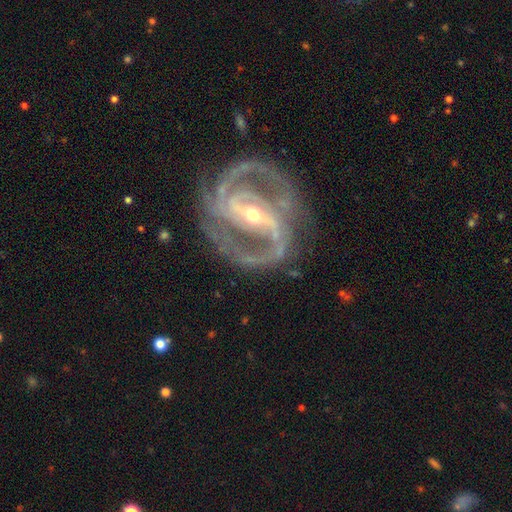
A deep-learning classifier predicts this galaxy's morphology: A featured or disk galaxy (92%) with a strong bar (73%), 2 (82%) medium (53%) spiral arms (98%) and a small central bulge (62%). Merging: none (77%).